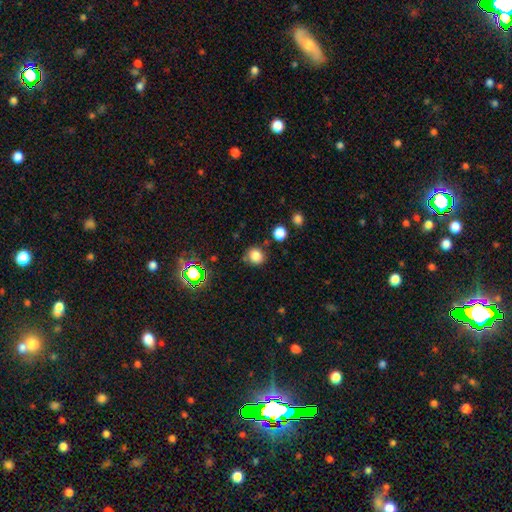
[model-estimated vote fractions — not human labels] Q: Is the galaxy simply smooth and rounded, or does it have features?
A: smooth — 79%.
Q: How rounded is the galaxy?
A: round — 84%.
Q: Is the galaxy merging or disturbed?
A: none — 78%.